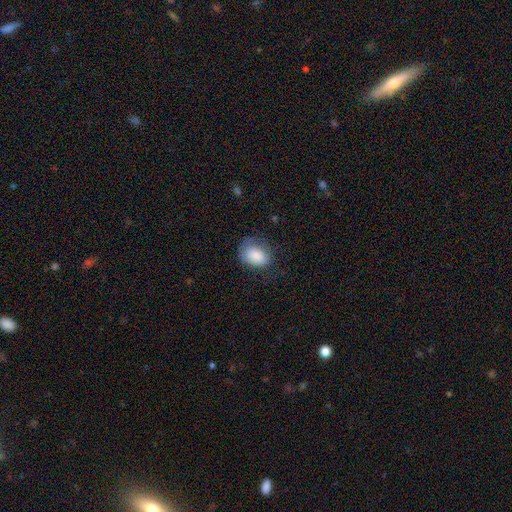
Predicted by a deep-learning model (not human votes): A smooth galaxy with no disk features (85%) that is in between round and cigar-shaped (74%).

Vote fractions:
- Smooth or featured? smooth: 85% / featured or disk: 8% / star or artifact: 7%
- How rounded? in between: 74% / round: 25% / cigar-shaped: 1%
- Merging? none: 57% / minor disturbance: 28% / major disturbance: 14% / merger: 1%